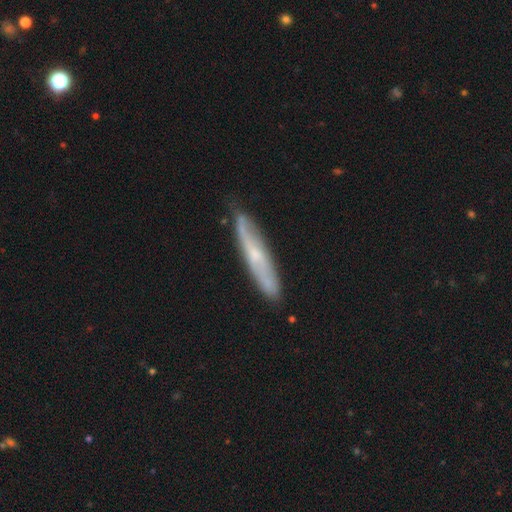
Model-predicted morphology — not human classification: Smooth or featured? featured or disk (61%)
Edge-on disk? yes (65%)
Merging? none (80%)